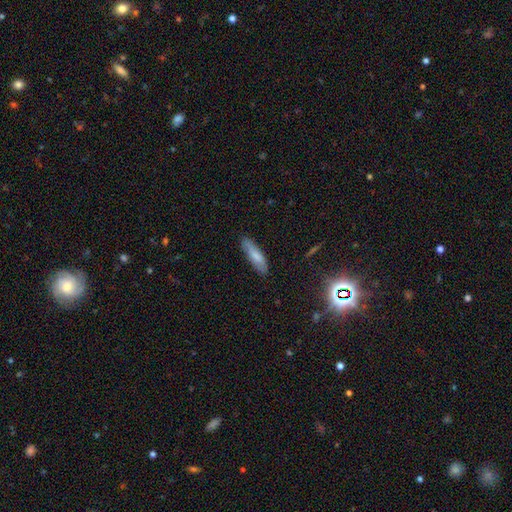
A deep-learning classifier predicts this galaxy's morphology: A smooth galaxy with no disk features (76%) that is cigar-shaped (71%).

Vote fractions:
- Smooth or featured? smooth: 76% / featured or disk: 18% / star or artifact: 7%
- How rounded? cigar-shaped: 71% / in between: 27% / round: 2%
- Merging? none: 80% / minor disturbance: 16% / major disturbance: 3% / merger: 1%